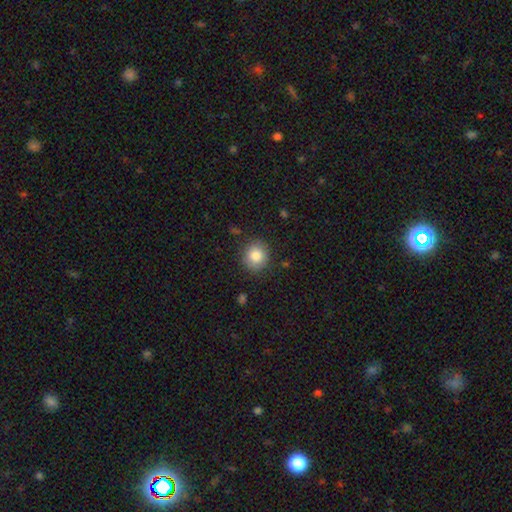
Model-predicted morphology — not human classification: The model was most divided on "how rounded": round: 85%, in between: 14%, cigar-shaped: 1%. More confident: merging — none (86%); smooth or featured — smooth (84%).